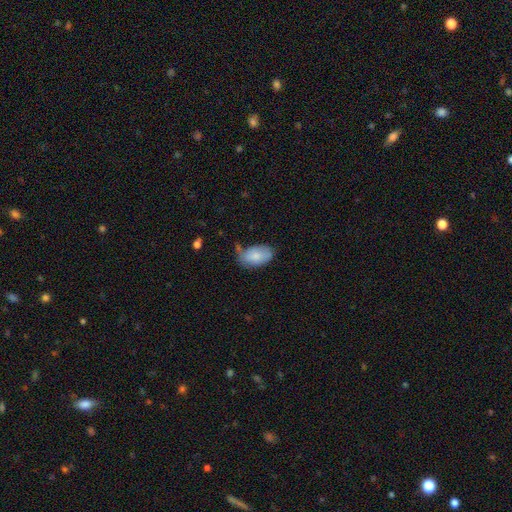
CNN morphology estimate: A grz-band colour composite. It shows a smooth galaxy with no disk features (80%) that is in between round and cigar-shaped (93%). Merging: none (55%).